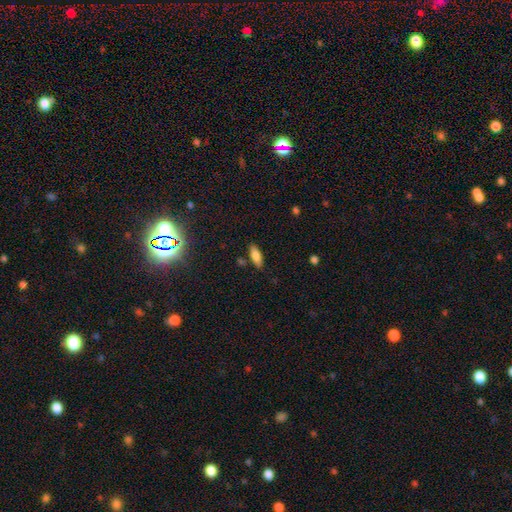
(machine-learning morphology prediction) This appears to be a smooth galaxy with no disk features (79%) that is in between round and cigar-shaped (71%). Merging: none (83%).